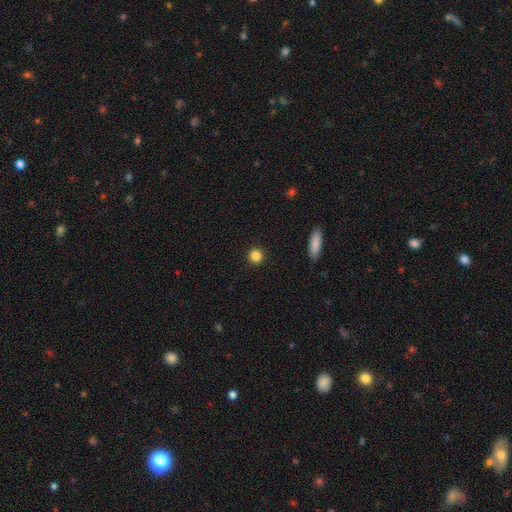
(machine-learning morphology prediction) A smooth galaxy with no disk features (85%) that is round (92%). Merging: none (92%).